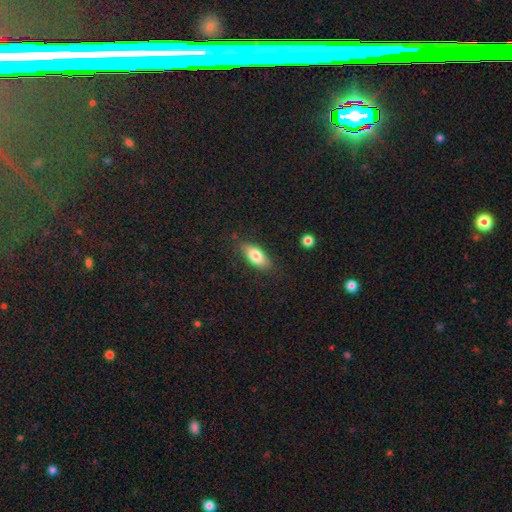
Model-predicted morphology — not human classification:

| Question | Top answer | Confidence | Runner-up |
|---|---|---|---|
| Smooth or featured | smooth | 76% | featured or disk (17%) |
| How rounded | in between | 82% | cigar-shaped (15%) |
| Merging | none | 81% | minor disturbance (14%) |